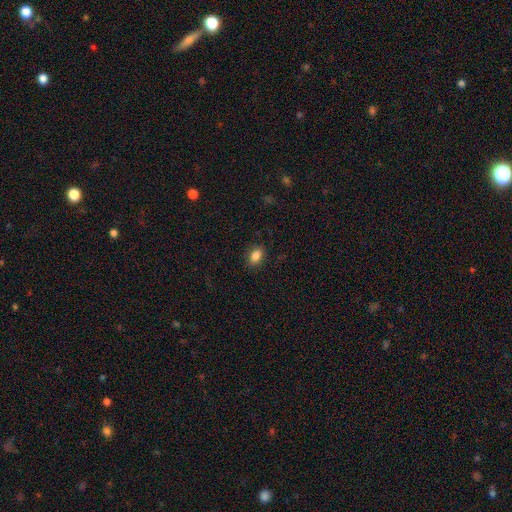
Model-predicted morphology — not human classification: Smooth or featured? Predicted: smooth (p=0.86). How rounded? Predicted: in between (p=0.80). Merging? Predicted: none (p=0.87).